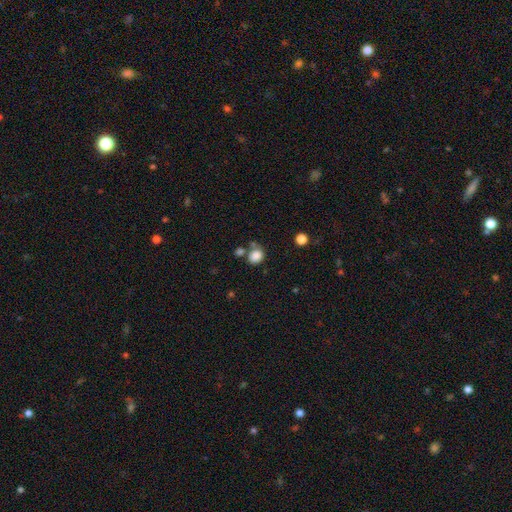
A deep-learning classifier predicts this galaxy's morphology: This is clearly a smooth galaxy (84%). How rounded: likely round (65%). Merging: possibly none (58%).